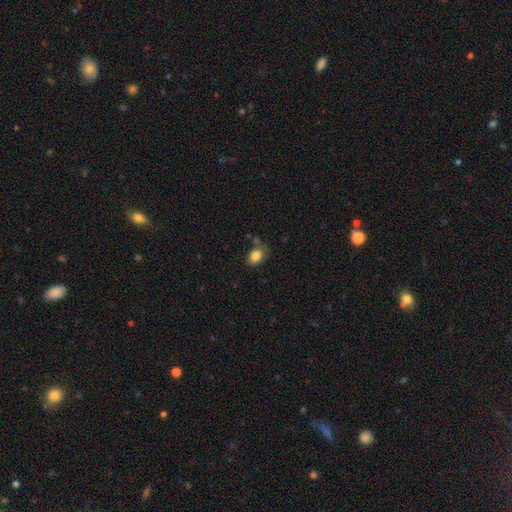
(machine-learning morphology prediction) Smooth or featured?
  - smooth: 84% *
  - star or artifact: 9%
  - featured or disk: 7%
How rounded?
  - in between: 74% *
  - round: 24%
  - cigar-shaped: 1%
Merging?
  - none: 65% *
  - minor disturbance: 21%
  - merger: 8%
  - major disturbance: 6%